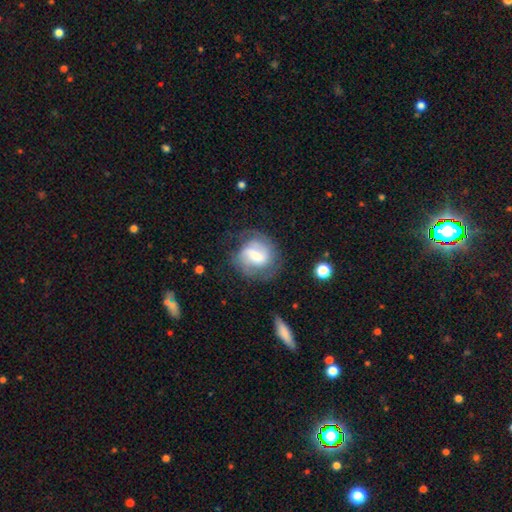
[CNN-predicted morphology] A featured or disk galaxy (61%) with a weak bar (47%), spiral arms (82%) and a moderate central bulge (38%). Merging: none (56%).